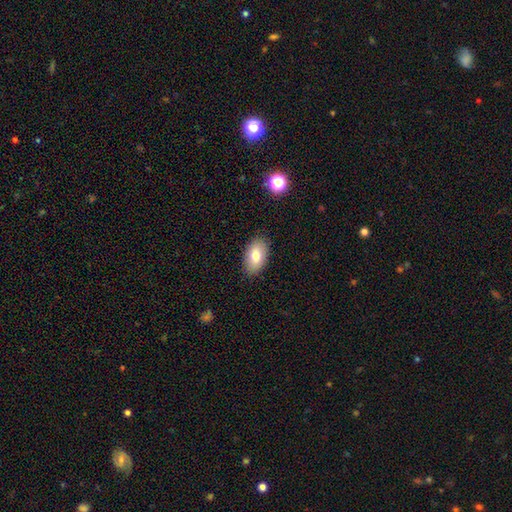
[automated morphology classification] A smooth galaxy with no disk features (77%) that is in between round and cigar-shaped (92%).

Vote fractions:
- Smooth or featured? smooth: 77% / featured or disk: 16% / star or artifact: 8%
- How rounded? in between: 92% / round: 6% / cigar-shaped: 2%
- Merging? none: 88% / minor disturbance: 9% / major disturbance: 2% / merger: 1%